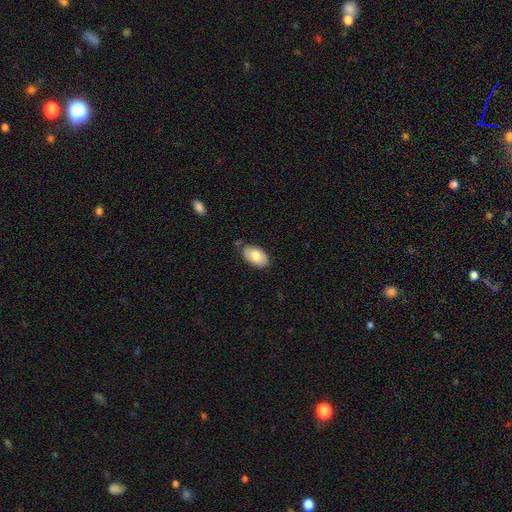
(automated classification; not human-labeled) smooth_or_featured: smooth (p=0.75) [alt: featured or disk p=0.19]
how_rounded: in between (p=0.94) [alt: round p=0.05]
merging: none (p=0.73) [alt: minor disturbance p=0.20]